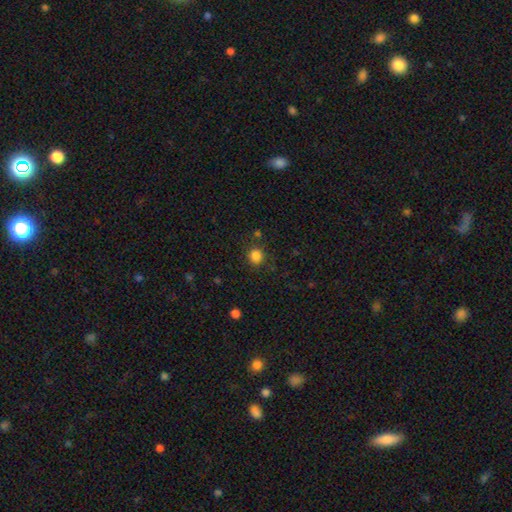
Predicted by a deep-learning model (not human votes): This appears to be a smooth galaxy with no disk features (84%) that is round (89%). Merging: none (85%).